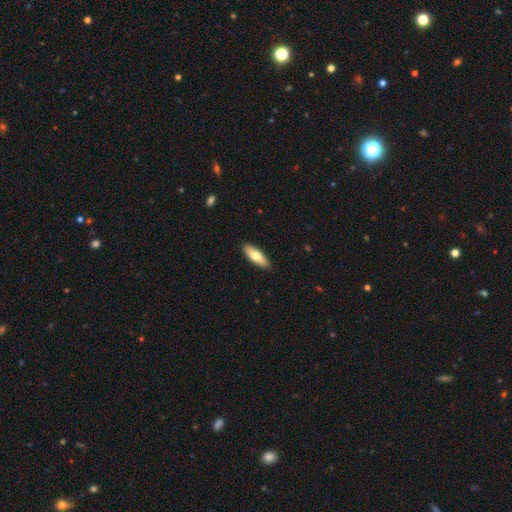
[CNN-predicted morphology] Overall: smooth (70%). How rounded: in between (63%; cigar-shaped 35%). Merging: none (90%).